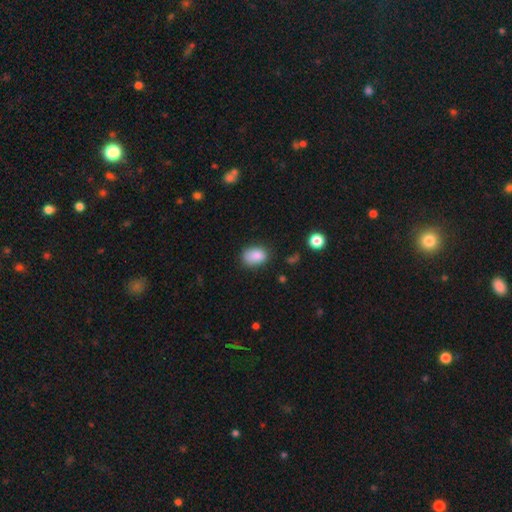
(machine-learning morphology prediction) A smooth galaxy with no disk features (86%) that is in between round and cigar-shaped (80%).

Vote fractions:
- Smooth or featured? smooth: 86% / star or artifact: 9% / featured or disk: 5%
- How rounded? in between: 80% / round: 19% / cigar-shaped: 1%
- Merging? none: 71% / minor disturbance: 22% / major disturbance: 5% / merger: 2%